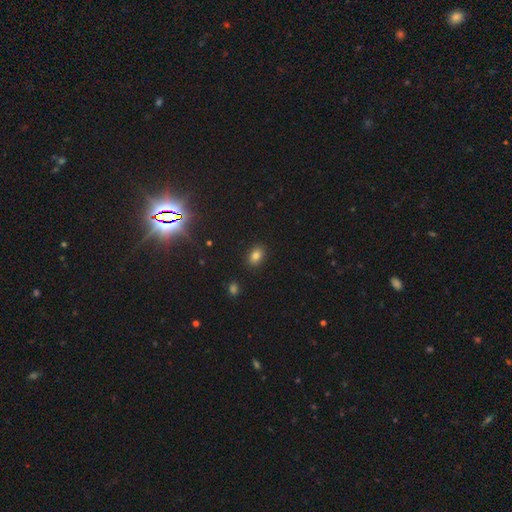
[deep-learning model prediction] This is clearly a smooth galaxy (81%). How rounded: likely in between (77%). Merging: clearly none (88%).